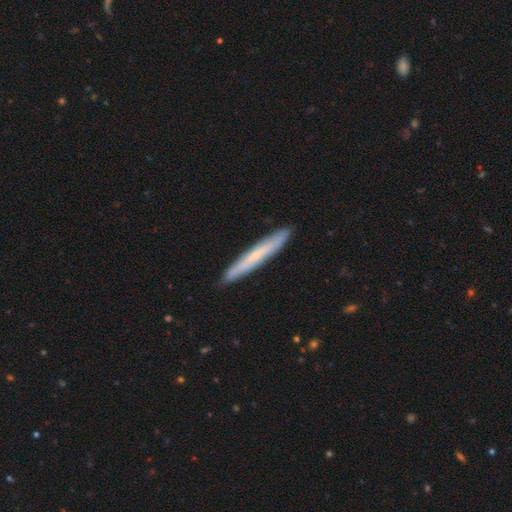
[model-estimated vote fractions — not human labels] The model was most divided on "smooth or featured": smooth: 52%, featured or disk: 42%, star or artifact: 6%. More confident: how rounded — cigar-shaped (96%); merging — none (91%).